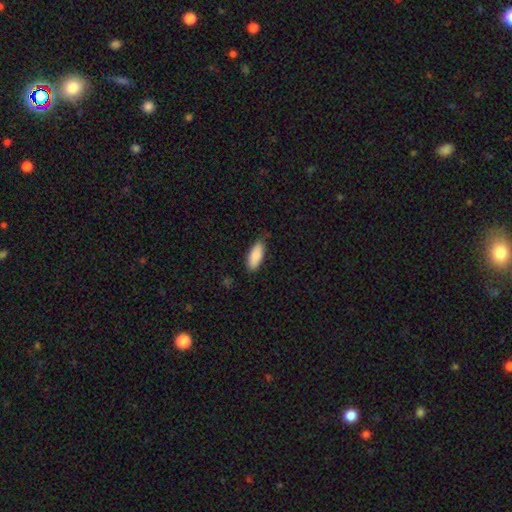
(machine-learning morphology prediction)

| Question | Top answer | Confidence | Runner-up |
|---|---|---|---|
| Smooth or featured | smooth | 85% | featured or disk (9%) |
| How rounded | in between | 80% | cigar-shaped (19%) |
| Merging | none | 81% | minor disturbance (16%) |